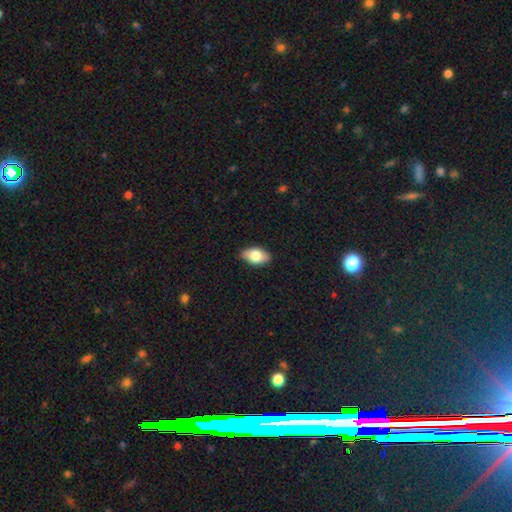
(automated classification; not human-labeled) A smooth galaxy with no disk features (78%) that is in between round and cigar-shaped (91%). Merging: none (84%).